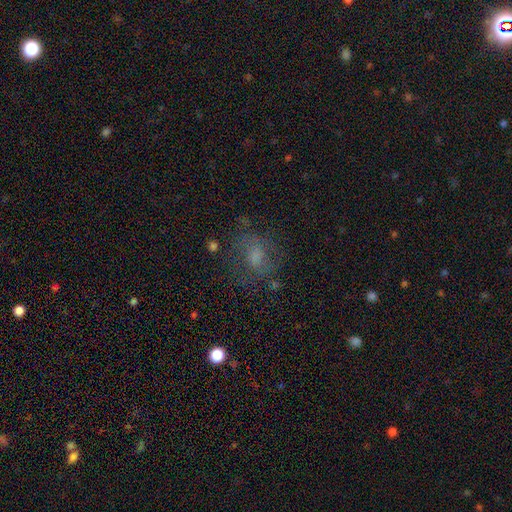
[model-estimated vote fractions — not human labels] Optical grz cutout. It shows a smooth galaxy with no disk features (52%) that is in between round and cigar-shaped (55%). Merging: none (61%).